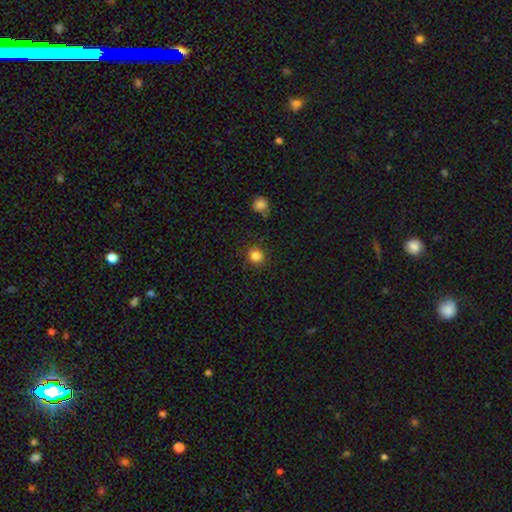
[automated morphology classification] Q: Smooth or featured?
A: smooth (84%); runner-up: star or artifact (12%)
Q: How rounded?
A: round (88%); runner-up: in between (11%)
Q: Merging?
A: none (88%); runner-up: minor disturbance (8%)